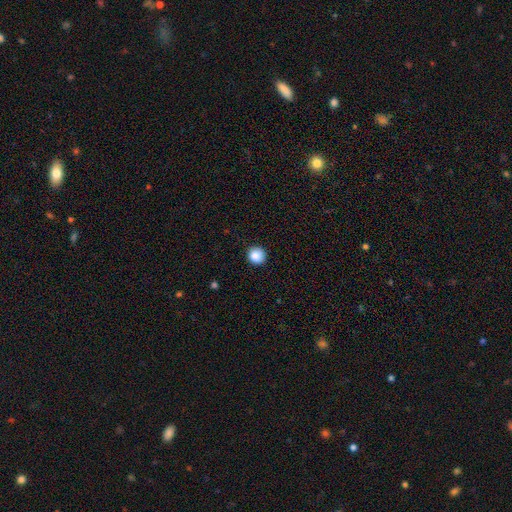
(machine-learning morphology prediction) Smooth or featured? Predicted: smooth (p=0.88). How rounded? Predicted: round (p=0.93). Merging? Predicted: none (p=0.91).